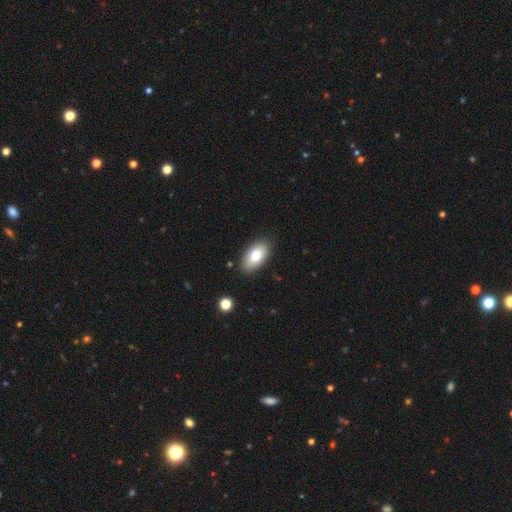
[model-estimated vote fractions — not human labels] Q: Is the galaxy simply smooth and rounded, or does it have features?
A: smooth — 75%.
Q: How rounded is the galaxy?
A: in between — 93%.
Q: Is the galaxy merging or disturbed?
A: none — 86%.